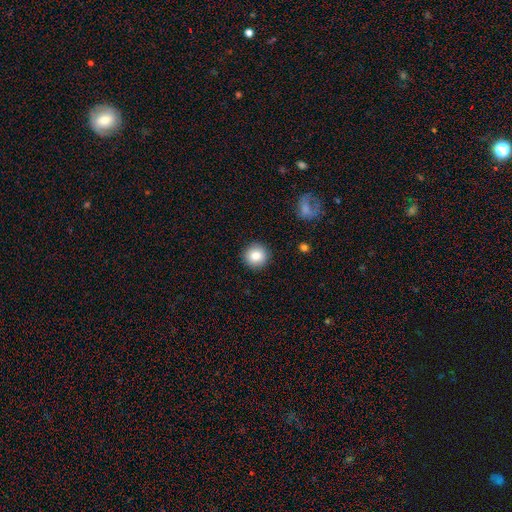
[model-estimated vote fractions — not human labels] This appears to be a smooth galaxy with no disk features (84%) that is round (95%). Merging: none (92%).